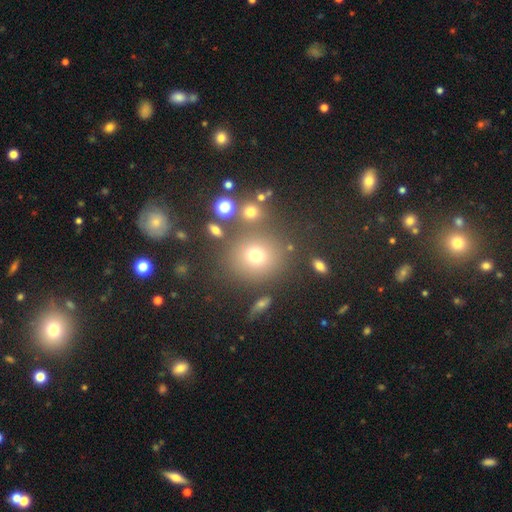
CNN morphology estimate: Smooth or featured? Predicted: smooth (p=0.70). How rounded? Predicted: round (p=0.83). Merging? Predicted: none (p=0.74).